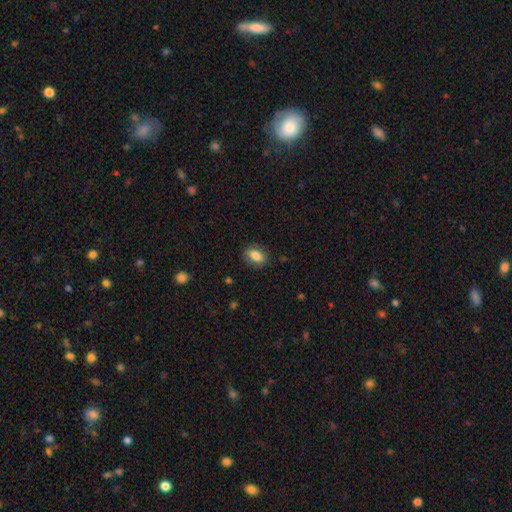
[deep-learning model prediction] This is clearly a smooth galaxy (82%). How rounded: clearly in between (80%). Merging: clearly none (83%).